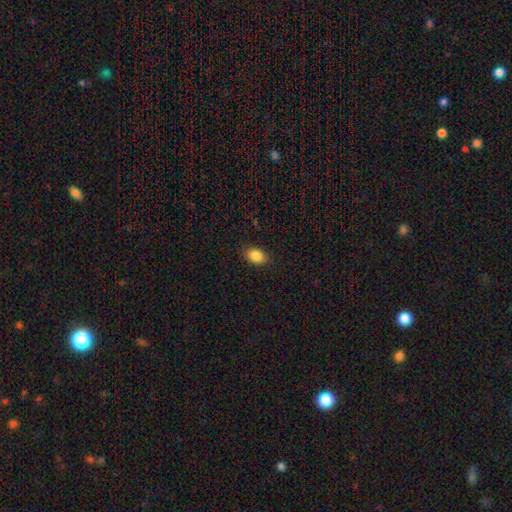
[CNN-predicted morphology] smooth_or_featured: smooth (p=0.88) [alt: star or artifact p=0.08]
how_rounded: in between (p=0.82) [alt: round p=0.17]
merging: none (p=0.87) [alt: minor disturbance p=0.10]